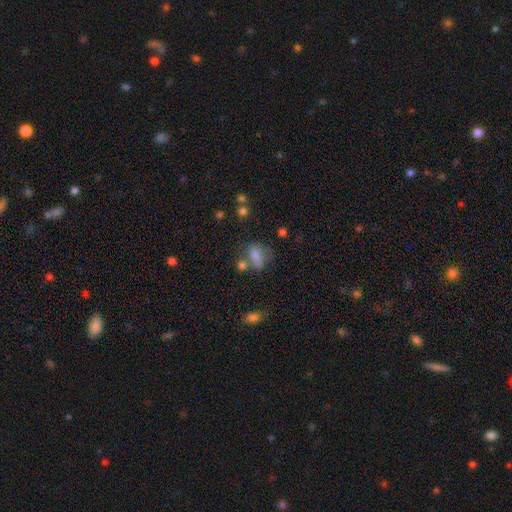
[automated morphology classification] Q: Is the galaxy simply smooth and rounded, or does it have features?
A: smooth — 72%.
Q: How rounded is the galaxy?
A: in between — 75%.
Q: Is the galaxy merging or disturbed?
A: none — 40%.